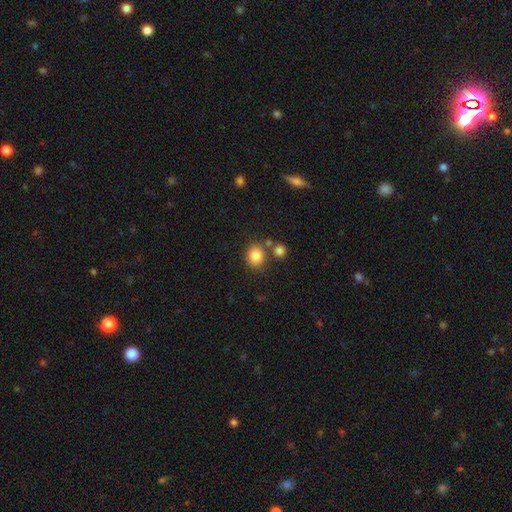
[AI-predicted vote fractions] Smooth or featured: smooth — 84% (star or artifact — 10%)
How rounded: round — 63% (in between — 36%)
Merging: none — 71% (merger — 14%)